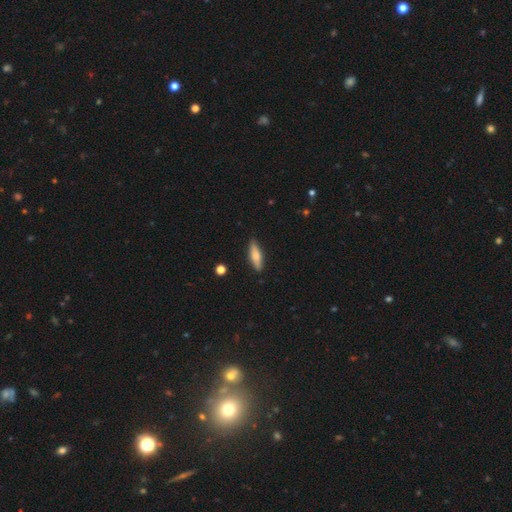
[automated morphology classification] smooth-or-featured: smooth: 65% | featured or disk: 28% | star or artifact: 6%
  how-rounded: cigar-shaped: 59% | in between: 38% | round: 2%
  merging: none: 87% | minor disturbance: 10% | major disturbance: 2% | merger: 1%